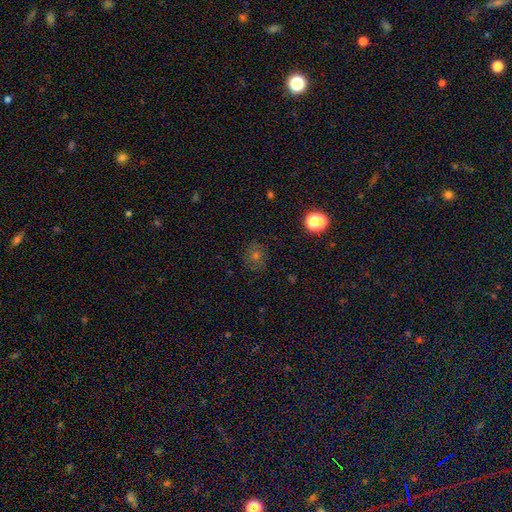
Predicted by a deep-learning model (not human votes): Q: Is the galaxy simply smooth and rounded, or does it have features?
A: smooth — 52%.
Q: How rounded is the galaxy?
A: round — 82%.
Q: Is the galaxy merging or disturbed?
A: none — 82%.